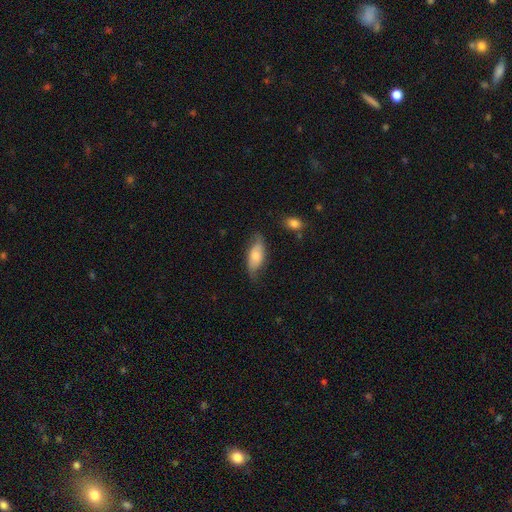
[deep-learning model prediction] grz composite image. It shows a smooth galaxy with no disk features (62%) that is in between round and cigar-shaped (79%). Merging: none (64%).